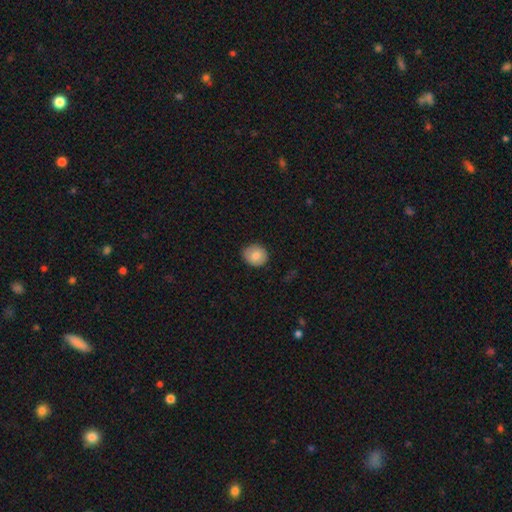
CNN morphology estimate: smooth 79%, featured or disk 13%, star or artifact 8%. Down the decision tree: how rounded — round (75%); merging — none (82%).